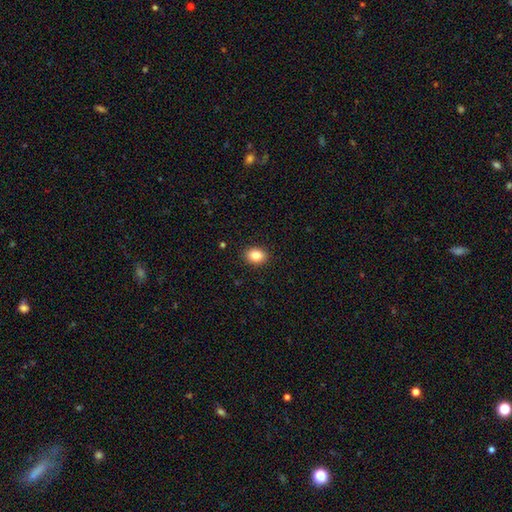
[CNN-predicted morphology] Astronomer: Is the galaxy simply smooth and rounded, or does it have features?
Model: smooth — 84%.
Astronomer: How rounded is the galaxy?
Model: in between — 59% (runner-up: round, 40%).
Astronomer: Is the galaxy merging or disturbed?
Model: none — 90%.